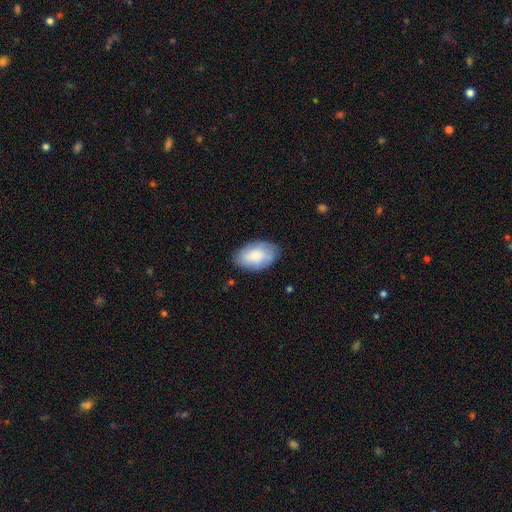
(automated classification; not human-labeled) The model was most divided on "smooth or featured": smooth: 74%, featured or disk: 19%, star or artifact: 6%. More confident: how rounded — in between (93%); merging — none (77%).